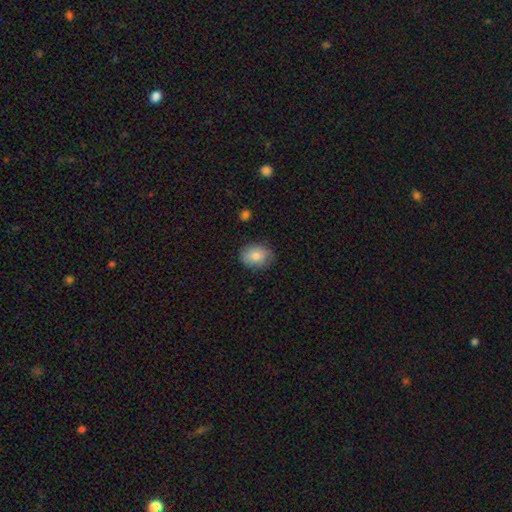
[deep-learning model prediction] A smooth galaxy with no disk features (78%) that is in between round and cigar-shaped (57%). Merging: none (81%).